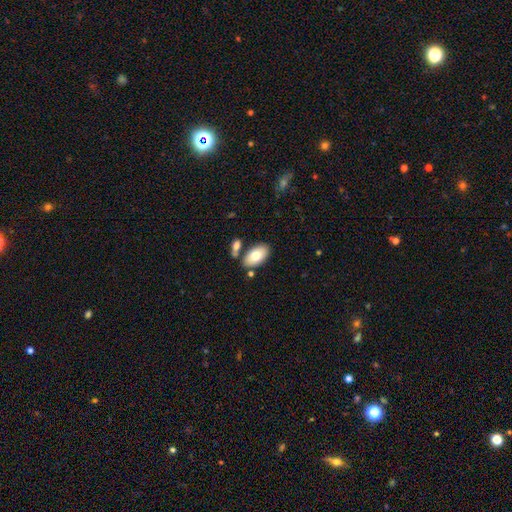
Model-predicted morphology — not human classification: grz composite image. It shows a smooth galaxy with no disk features (76%) that is in between round and cigar-shaped (94%). Merging: none (71%).